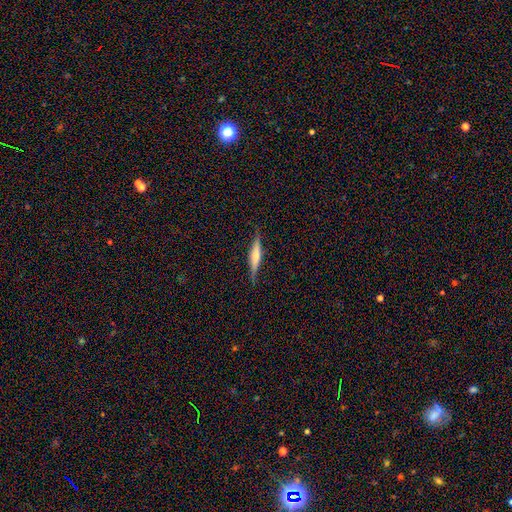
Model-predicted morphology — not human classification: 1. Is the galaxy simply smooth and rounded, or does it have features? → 55% featured or disk, 38% smooth, 7% star or artifact.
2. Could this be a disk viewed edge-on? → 97% yes, 3% no.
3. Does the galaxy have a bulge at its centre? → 62% rounded, 19% boxy, 19% none.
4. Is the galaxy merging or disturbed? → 88% none, 9% minor disturbance, 2% major disturbance, 1% merger.